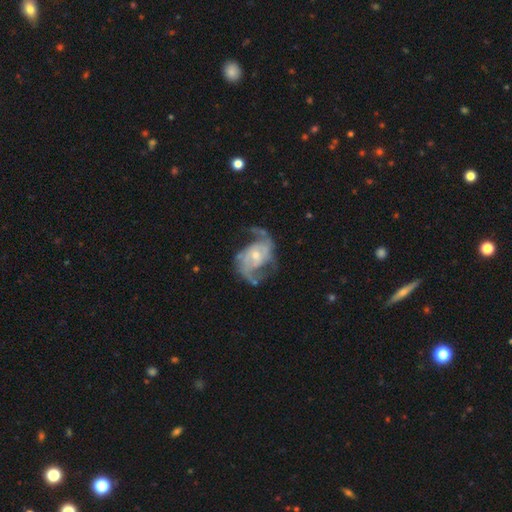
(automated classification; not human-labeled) Overall: featured or disk (87%). Edge-on disk: no (97%). Bar: no (51%; weak 38%). Spiral arms: yes (94%). Spiral arm count: 2 (88%). Spiral winding: medium (45%; loose 44%). Bulge size: small (56%; moderate 37%). Merging: none (61%).